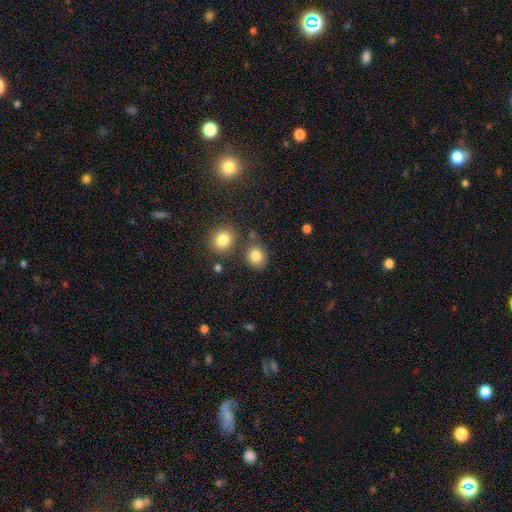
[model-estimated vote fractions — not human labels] The model was most divided on "how rounded": round: 73%, in between: 26%, cigar-shaped: 1%. More confident: smooth or featured — smooth (83%); merging — none (74%).